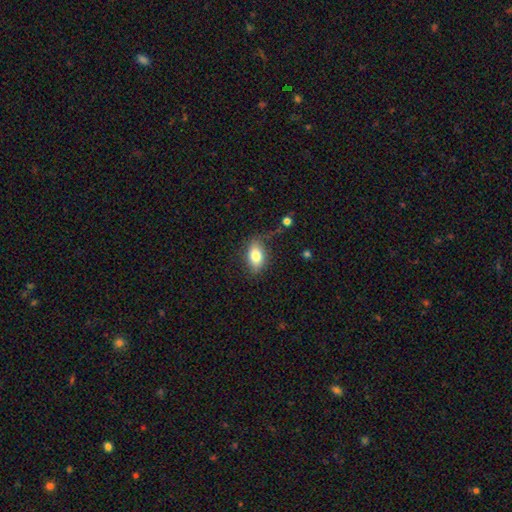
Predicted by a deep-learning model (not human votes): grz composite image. It shows a smooth galaxy with no disk features (79%) that is in between round and cigar-shaped (87%). Merging: none (73%).